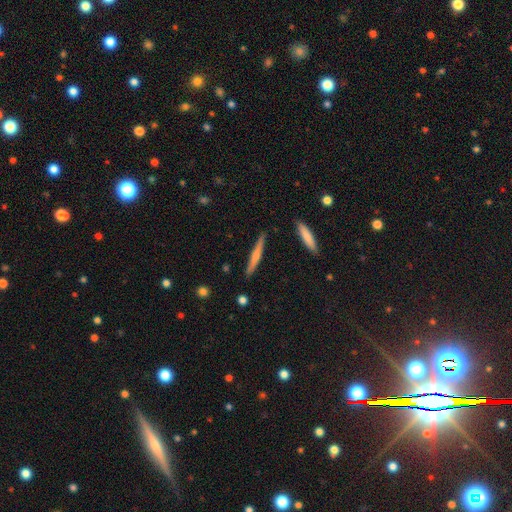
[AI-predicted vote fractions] A smooth galaxy with no disk features (51%) that is cigar-shaped (94%).

Vote fractions:
- Smooth or featured? smooth: 51% / featured or disk: 43% / star or artifact: 6%
- How rounded? cigar-shaped: 94% / in between: 4% / round: 2%
- Merging? none: 88% / minor disturbance: 8% / merger: 2% / major disturbance: 2%